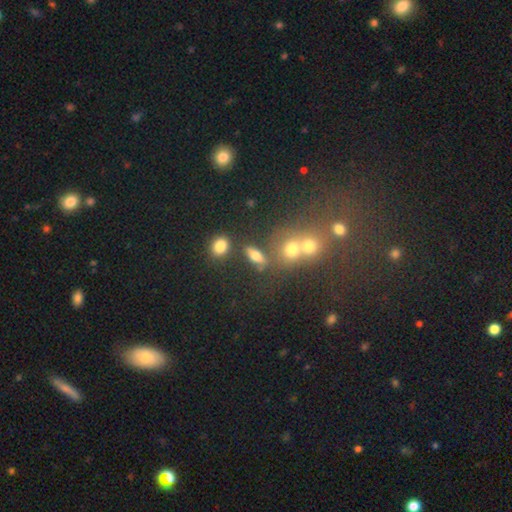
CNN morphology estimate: Smooth or featured? Predicted: smooth (p=0.62). How rounded? Predicted: in between (p=0.59). Merging? Predicted: none (p=0.66).